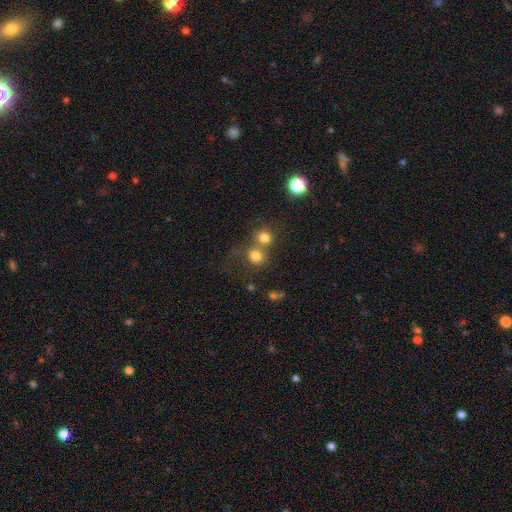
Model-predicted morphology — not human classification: Smooth or featured? smooth (78%)
How rounded? round (84%)
Merging? none (45%)